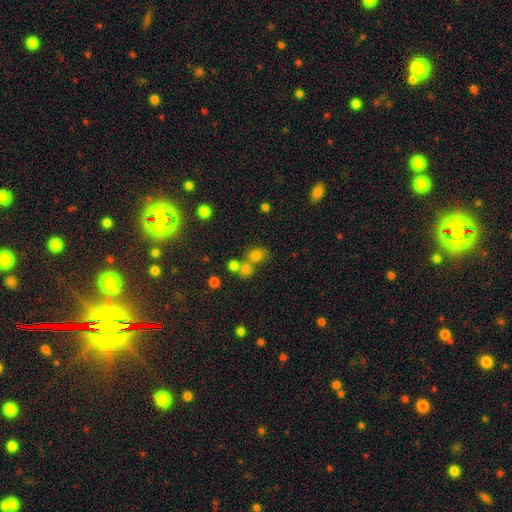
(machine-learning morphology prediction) A smooth galaxy with no disk features (72%) that is round (65%). Merging: none (49%).